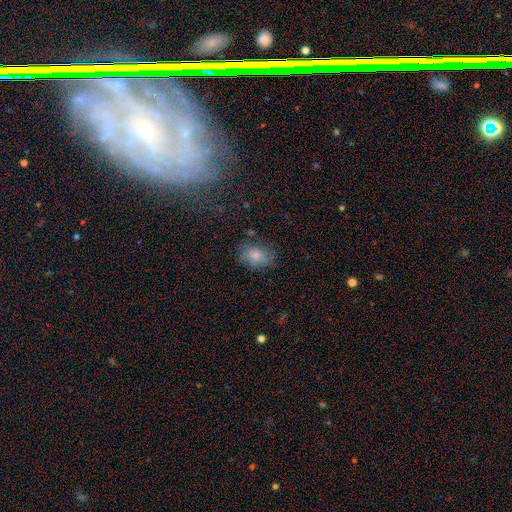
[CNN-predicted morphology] A smooth galaxy with no disk features (78%) that is in between round and cigar-shaped (71%).

Vote fractions:
- Smooth or featured? smooth: 78% / featured or disk: 12% / star or artifact: 10%
- How rounded? in between: 71% / round: 27% / cigar-shaped: 1%
- Merging? none: 73% / minor disturbance: 19% / major disturbance: 6% / merger: 2%